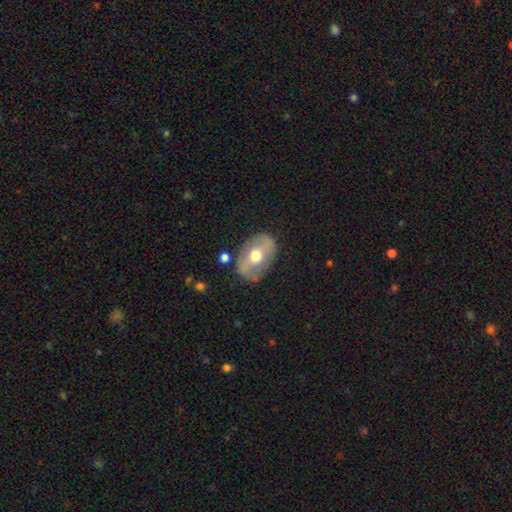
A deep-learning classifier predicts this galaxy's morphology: A featured or disk galaxy (53%). Merging: none (77%).